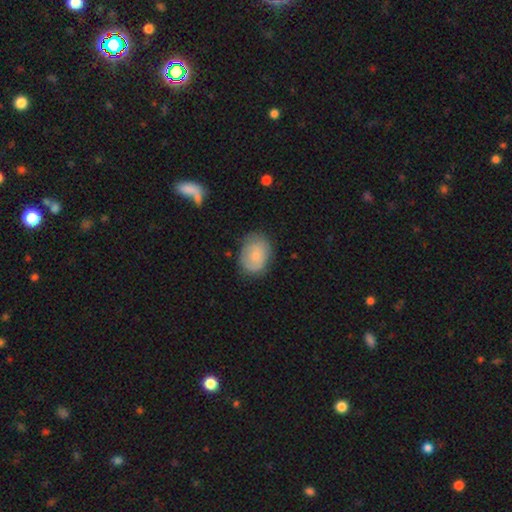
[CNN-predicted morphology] Overall: smooth (67%). How rounded: in between (67%; round 32%). Merging: none (66%).